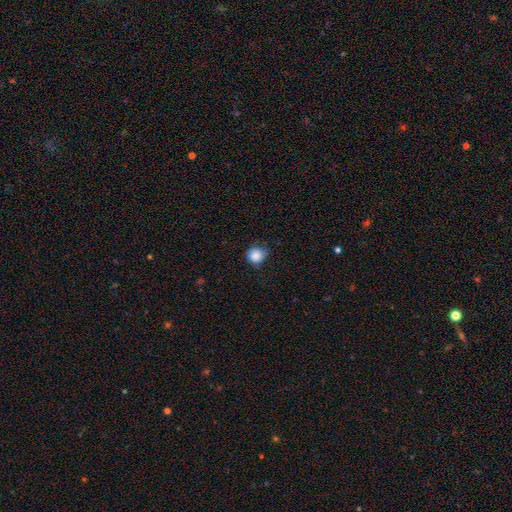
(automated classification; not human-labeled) Overall: smooth (86%). How rounded: round (83%). Merging: none (65%; minor disturbance 27%).